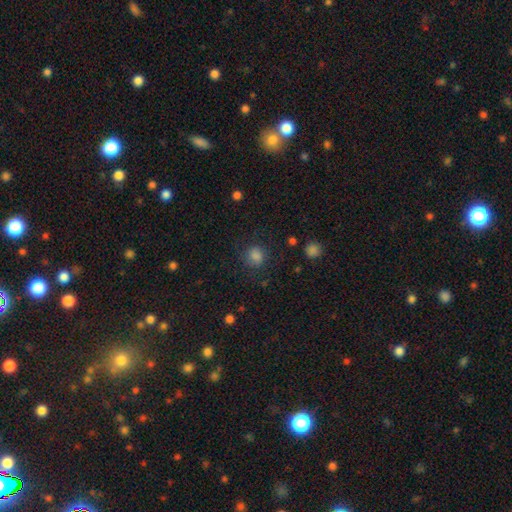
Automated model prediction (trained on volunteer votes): This is likely a smooth galaxy (79%). How rounded: clearly round (81%). Merging: likely none (78%).